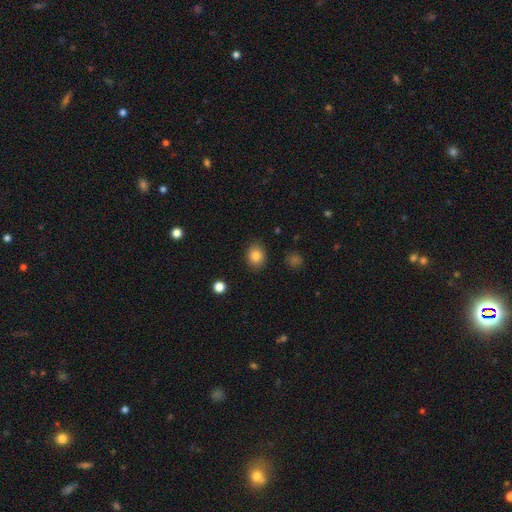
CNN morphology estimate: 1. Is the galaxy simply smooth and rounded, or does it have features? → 84% smooth, 10% star or artifact, 6% featured or disk.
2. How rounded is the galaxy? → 53% round, 46% in between, 1% cigar-shaped.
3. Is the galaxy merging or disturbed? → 86% none, 10% minor disturbance, 3% major disturbance, 1% merger.